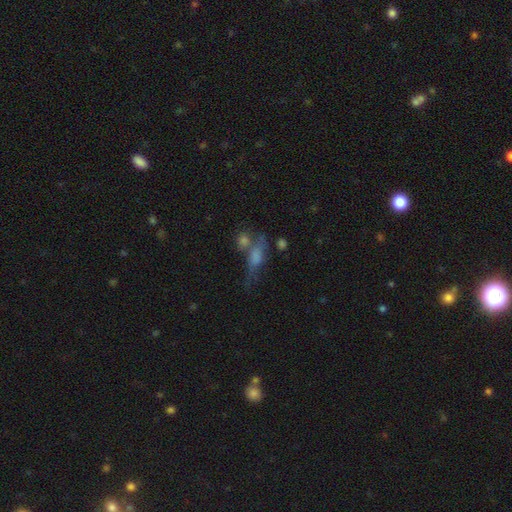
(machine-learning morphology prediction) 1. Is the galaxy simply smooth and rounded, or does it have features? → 55% smooth, 30% featured or disk, 15% star or artifact.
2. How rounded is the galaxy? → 58% in between, 26% cigar-shaped, 15% round.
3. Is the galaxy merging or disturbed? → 33% none, 31% merger, 20% major disturbance, 17% minor disturbance.